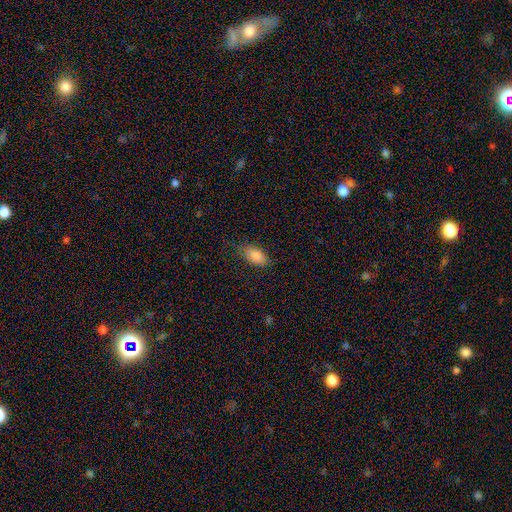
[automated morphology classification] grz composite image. It shows a smooth galaxy with no disk features (86%) that is in between round and cigar-shaped (91%). Merging: none (73%).